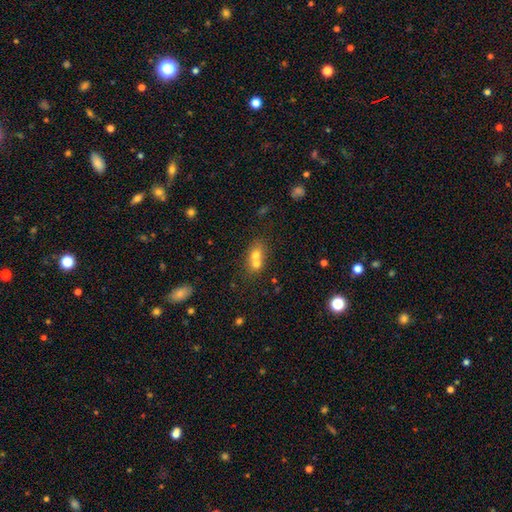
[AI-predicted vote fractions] Smooth or featured? Predicted: smooth (p=0.67). How rounded? Predicted: in between (p=0.49, tied with round). Merging? Predicted: merger (p=0.66).